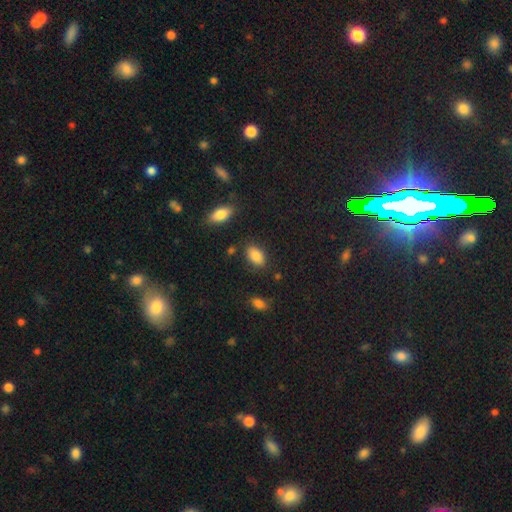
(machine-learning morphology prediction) type=smooth (86%); roundness=in between (90%); merging=none (81%).